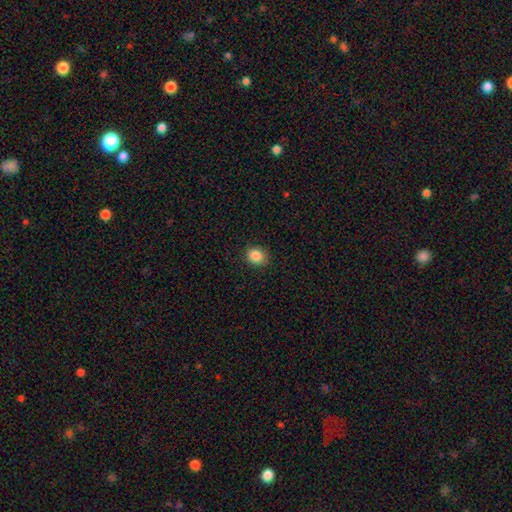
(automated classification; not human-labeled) Smooth or featured: smooth — 87% (star or artifact — 10%)
How rounded: round — 75% (in between — 25%)
Merging: none — 89% (minor disturbance — 8%)